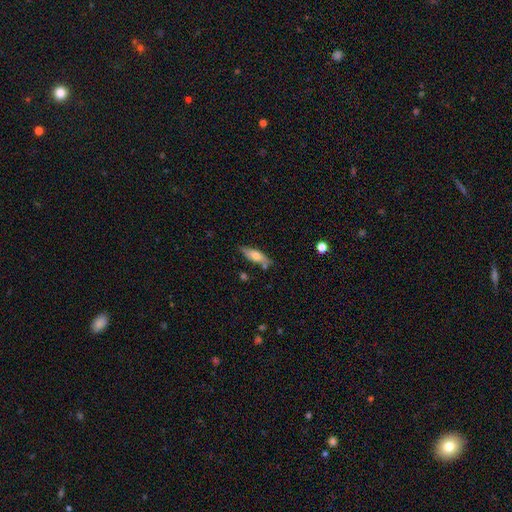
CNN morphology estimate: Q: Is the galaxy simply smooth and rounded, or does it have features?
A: smooth — 62%.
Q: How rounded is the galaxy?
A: in between — 51%.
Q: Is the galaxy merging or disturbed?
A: none — 75%.